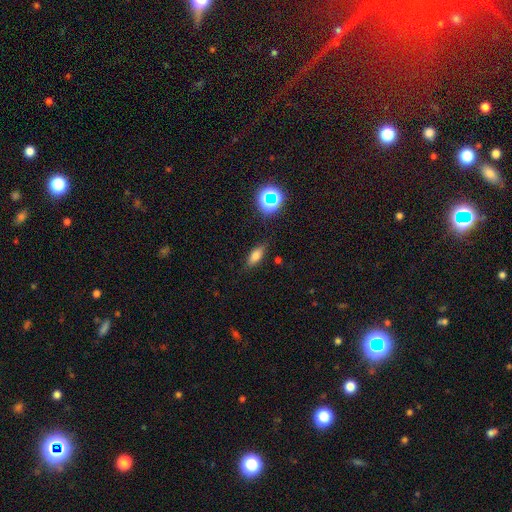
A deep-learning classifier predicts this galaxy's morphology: A smooth galaxy with no disk features (75%) that is in between round and cigar-shaped (74%).

Vote fractions:
- Smooth or featured? smooth: 75% / star or artifact: 13% / featured or disk: 12%
- How rounded? in between: 74% / cigar-shaped: 20% / round: 6%
- Merging? none: 82% / minor disturbance: 13% / major disturbance: 3% / merger: 2%